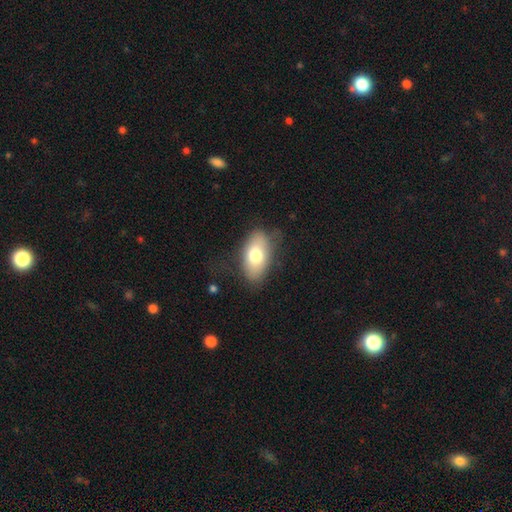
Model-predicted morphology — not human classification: This is likely a smooth galaxy (73%). How rounded: clearly in between (92%). Merging: likely none (75%).